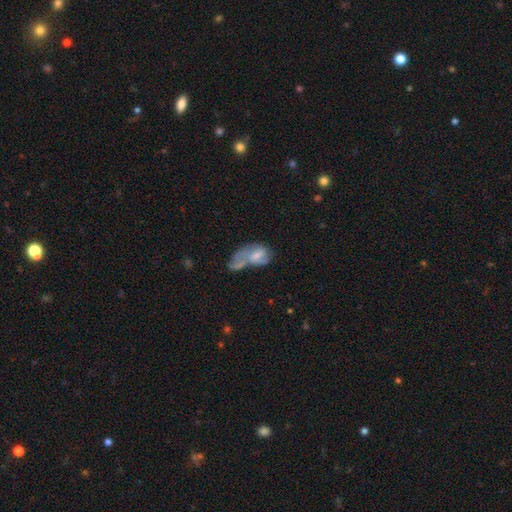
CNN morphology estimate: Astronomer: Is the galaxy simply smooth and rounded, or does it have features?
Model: smooth — 49% (runner-up: featured or disk, 42%).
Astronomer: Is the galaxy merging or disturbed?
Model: major disturbance — 39% (runner-up: merger, 28%).